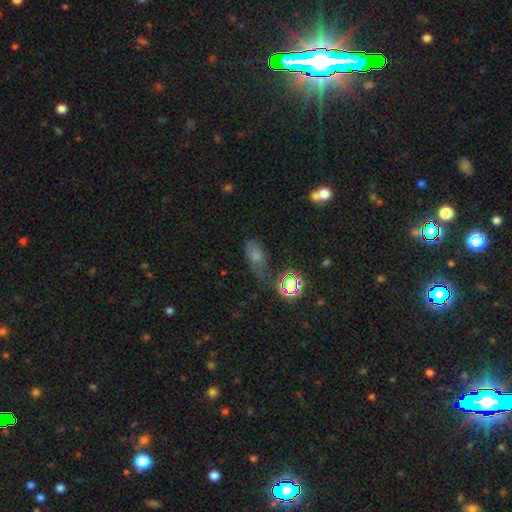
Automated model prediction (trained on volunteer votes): This is likely a smooth galaxy (65%). How rounded: clearly in between (82%). Merging: possibly none (54%).